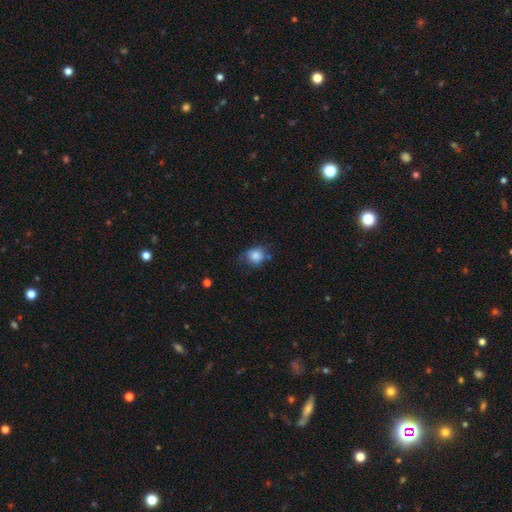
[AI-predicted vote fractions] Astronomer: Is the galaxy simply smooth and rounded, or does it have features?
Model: smooth — 82%.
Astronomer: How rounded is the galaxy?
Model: round — 70%.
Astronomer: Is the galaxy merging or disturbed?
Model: none — 53% (runner-up: minor disturbance, 31%).